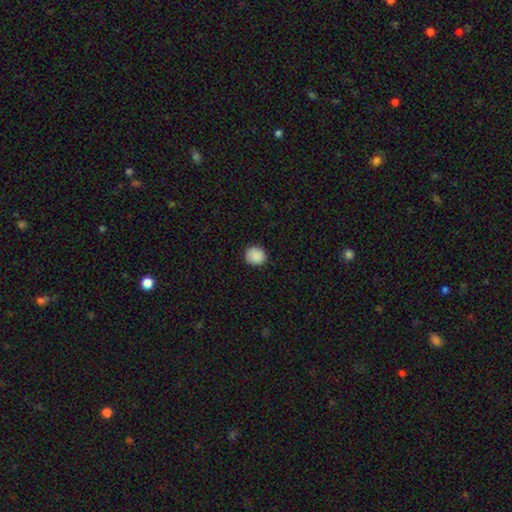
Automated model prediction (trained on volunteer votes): smooth-or-featured: smooth: 89% | star or artifact: 8% | featured or disk: 3%
  how-rounded: round: 80% | in between: 19% | cigar-shaped: 1%
  merging: none: 88% | minor disturbance: 9% | major disturbance: 2% | merger: 1%